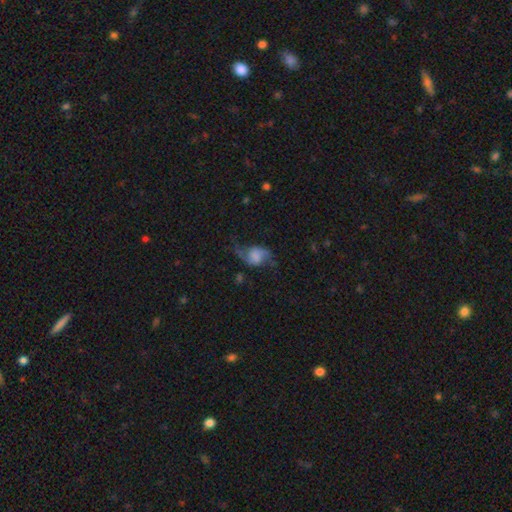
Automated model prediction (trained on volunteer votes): A featured or disk galaxy (77%) with no bar (53%), 2 (93%) loose (77%) spiral arms (95%) and no central bulge (43%). Merging: none (67%).